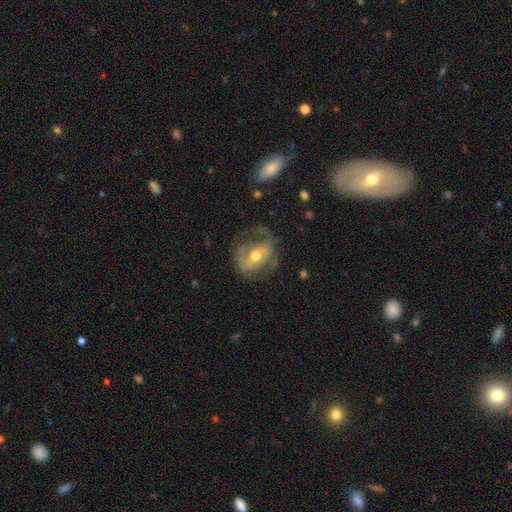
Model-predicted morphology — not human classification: Smooth or featured: featured or disk — 69% (smooth — 24%)
Edge-on disk: no — 93% (yes — 7%)
Bar: strong — 36% (weak — 35%)
Spiral arms: yes — 62% (no — 38%)
Bulge size: moderate — 70% (small — 22%)
Merging: none — 51% (major disturbance — 24%)